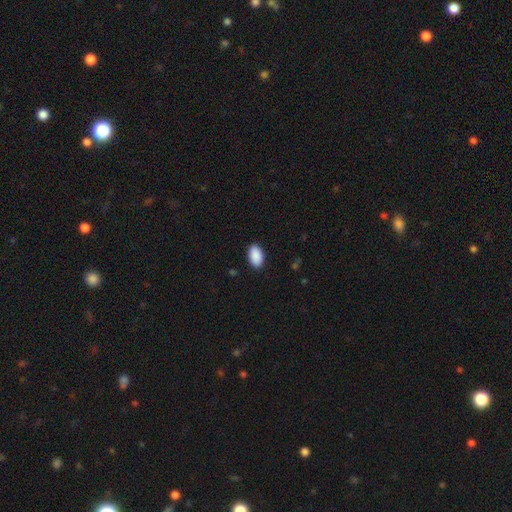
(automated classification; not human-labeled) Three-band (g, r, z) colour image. It shows a smooth galaxy with no disk features (91%) that is in between round and cigar-shaped (93%). Merging: none (90%).